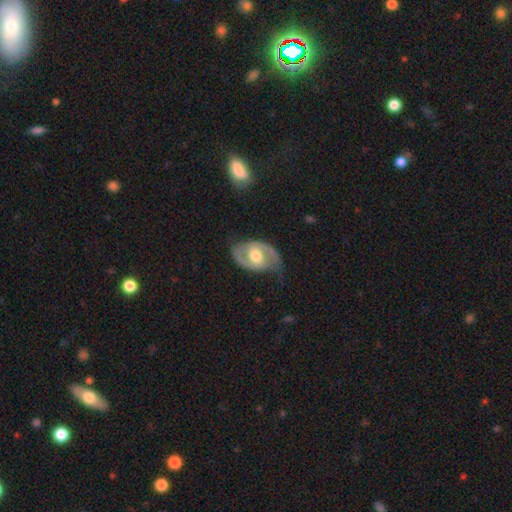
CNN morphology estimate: smooth_or_featured: featured or disk (p=0.79) [alt: smooth p=0.16]
disk_edge_on: no (p=0.96) [alt: yes p=0.04]
bar: no (p=0.51) [alt: weak p=0.37]
has_spiral_arms: yes (p=0.86) [alt: no p=0.14]
spiral_winding: medium (p=0.48) [alt: tight p=0.28]
spiral_arm_count: 2 (p=0.83) [alt: 1 p=0.07]
bulge_size: moderate (p=0.69) [alt: large p=0.22]
merging: none (p=0.61) [alt: minor disturbance p=0.25]